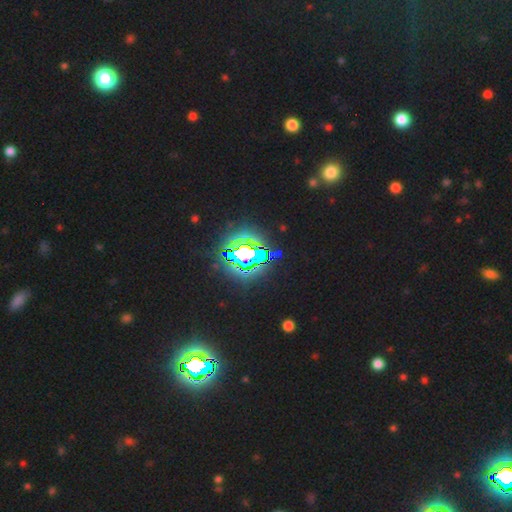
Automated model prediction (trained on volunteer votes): A star or artifact, not a galaxy (79%).

Vote fractions:
- Smooth or featured? star or artifact: 79% / featured or disk: 11% / smooth: 10%